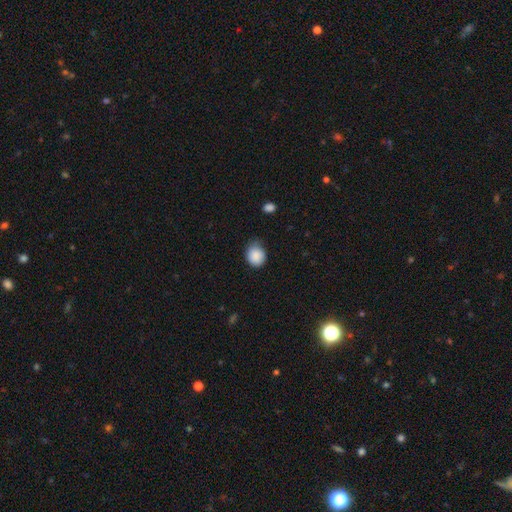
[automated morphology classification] Smooth or featured? smooth (88%)
How rounded? round (65%)
Merging? none (57%)